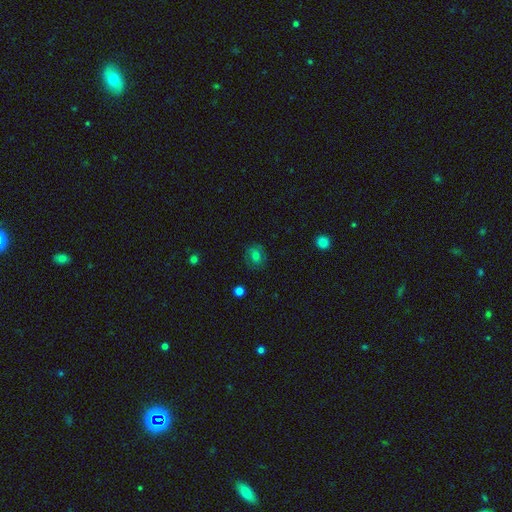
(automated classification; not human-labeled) This appears to be a smooth galaxy with no disk features (65%) that is round (75%). Merging: none (80%).